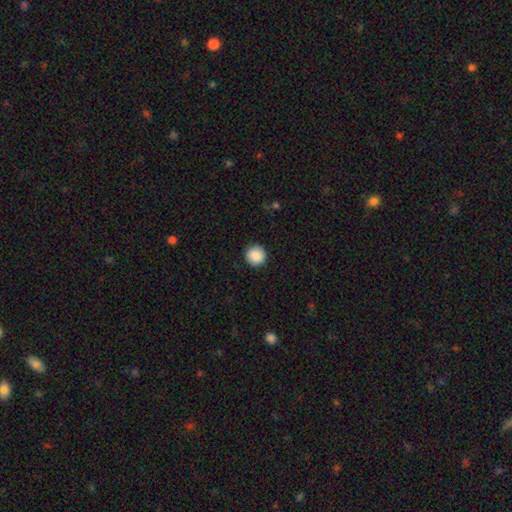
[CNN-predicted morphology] smooth-or-featured: smooth: 89% | star or artifact: 8% | featured or disk: 3%
  how-rounded: round: 95% | in between: 4% | cigar-shaped: 1%
  merging: none: 92% | minor disturbance: 5% | major disturbance: 2% | merger: 1%